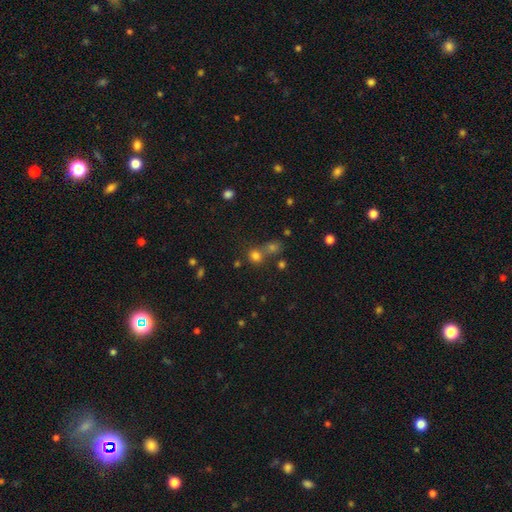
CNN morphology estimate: This appears to be a smooth galaxy with no disk features (72%) that is round (81%). Merging: none (53%).